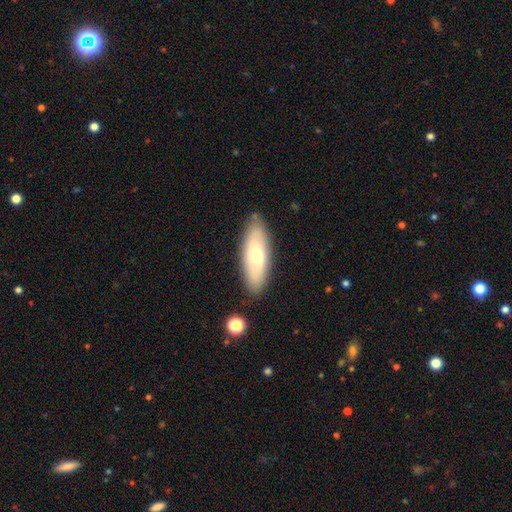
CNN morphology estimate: This appears to be a smooth galaxy with no disk features (59%) that is in between round and cigar-shaped (62%). Merging: none (85%).